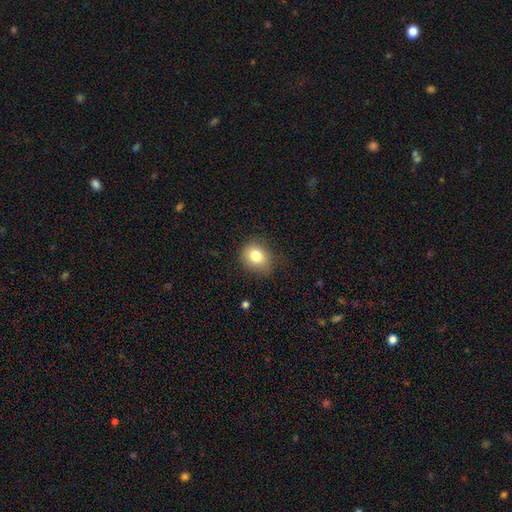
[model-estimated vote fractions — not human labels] This is clearly a smooth galaxy (80%). How rounded: likely round (68%). Merging: likely none (74%).